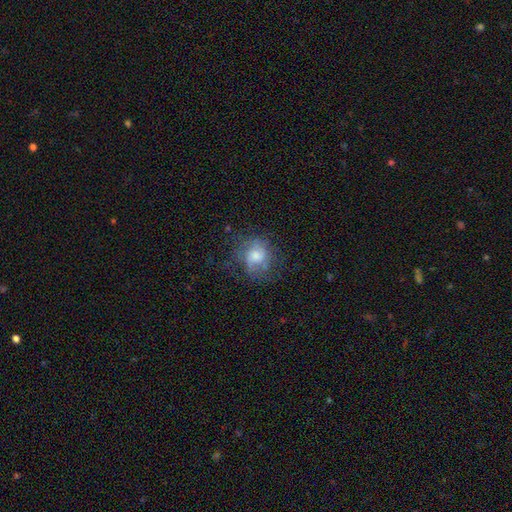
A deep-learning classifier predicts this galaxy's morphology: Overall: smooth (46%; featured or disk 43%). Merging: none (56%; minor disturbance 23%).